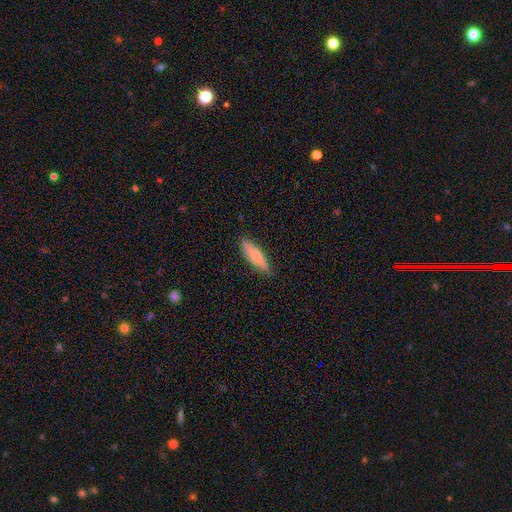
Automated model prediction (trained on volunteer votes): Smooth or featured?
  - smooth: 79% *
  - featured or disk: 15%
  - star or artifact: 6%
How rounded?
  - cigar-shaped: 58% *
  - in between: 41%
  - round: 2%
Merging?
  - none: 80% *
  - minor disturbance: 16%
  - major disturbance: 3%
  - merger: 1%